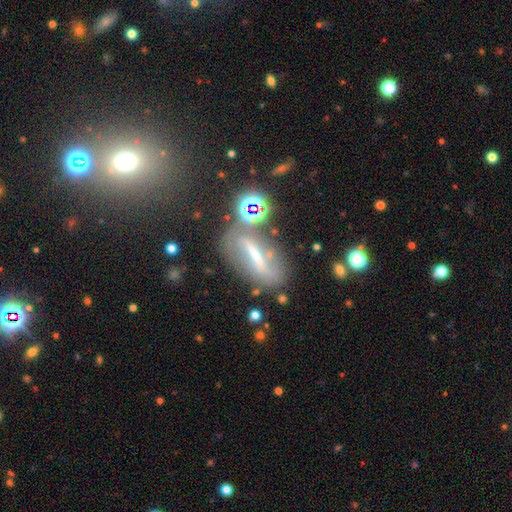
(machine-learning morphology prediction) smooth_or_featured: featured or disk (p=0.60) [alt: smooth p=0.24]
disk_edge_on: no (p=0.69) [alt: yes p=0.31]
merging: none (p=0.61) [alt: minor disturbance p=0.19]